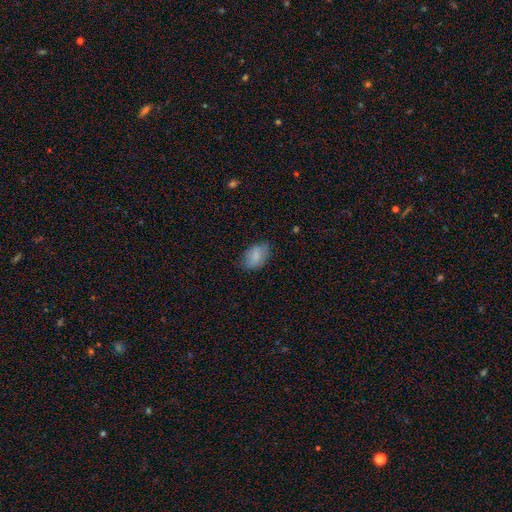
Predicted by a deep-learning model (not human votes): smooth-or-featured: smooth: 83% | featured or disk: 10% | star or artifact: 7%
  how-rounded: in between: 87% | round: 11% | cigar-shaped: 1%
  merging: none: 73% | minor disturbance: 21% | major disturbance: 5% | merger: 1%